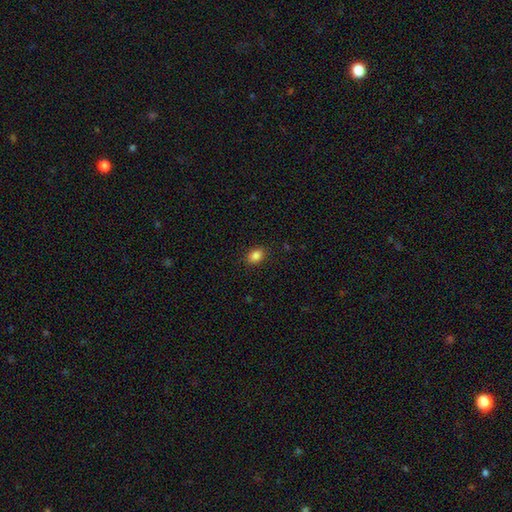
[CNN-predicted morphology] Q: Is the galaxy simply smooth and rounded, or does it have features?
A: smooth — 86%.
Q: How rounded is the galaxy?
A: in between — 67%.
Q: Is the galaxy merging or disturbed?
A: none — 88%.